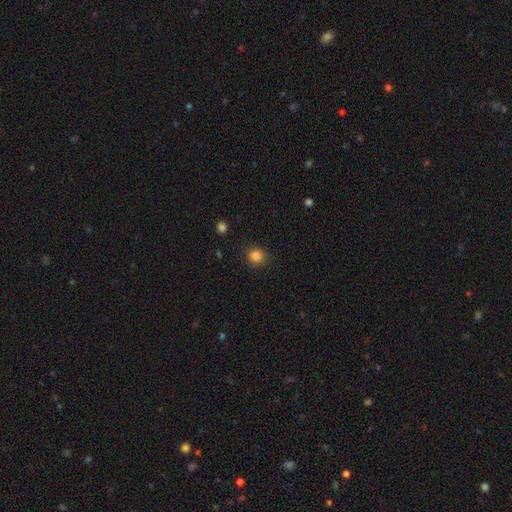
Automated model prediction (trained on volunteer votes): A smooth galaxy with no disk features (85%) that is round (84%).

Vote fractions:
- Smooth or featured? smooth: 85% / star or artifact: 12% / featured or disk: 3%
- How rounded? round: 84% / in between: 15% / cigar-shaped: 1%
- Merging? none: 85% / minor disturbance: 10% / major disturbance: 3% / merger: 1%